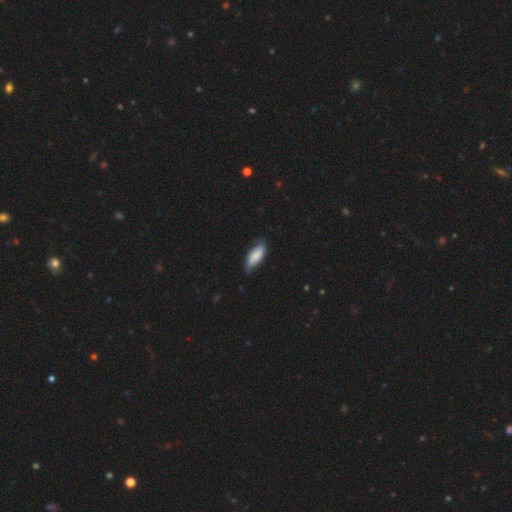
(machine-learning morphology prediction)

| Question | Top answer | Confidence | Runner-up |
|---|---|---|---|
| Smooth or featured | smooth | 80% | featured or disk (14%) |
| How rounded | in between | 74% | cigar-shaped (24%) |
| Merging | none | 68% | minor disturbance (27%) |